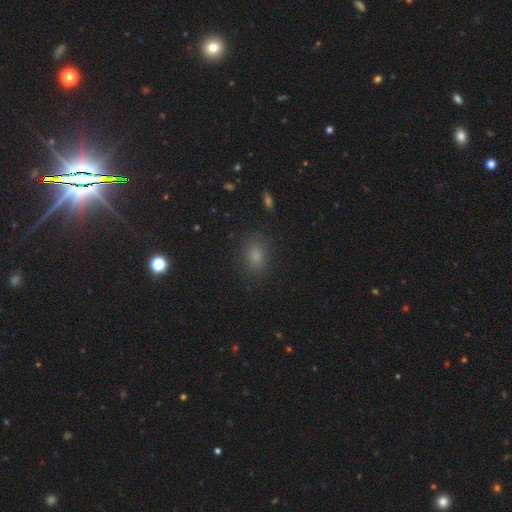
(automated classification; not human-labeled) Smooth or featured? smooth (78%)
How rounded? in between (72%)
Merging? none (84%)